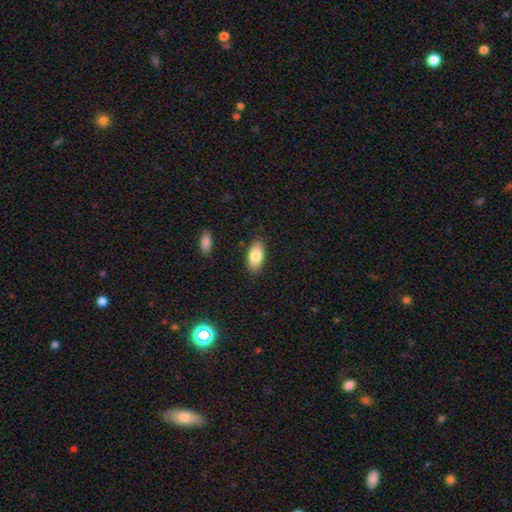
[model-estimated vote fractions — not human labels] smooth_or_featured: smooth (p=0.83) [alt: featured or disk p=0.11]
how_rounded: in between (p=0.90) [alt: cigar-shaped p=0.07]
merging: none (p=0.87) [alt: minor disturbance p=0.10]